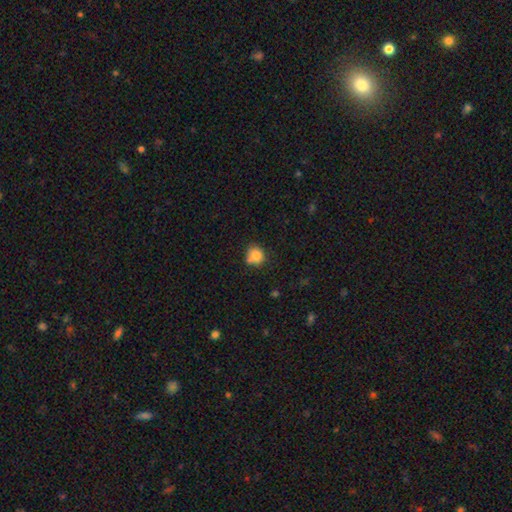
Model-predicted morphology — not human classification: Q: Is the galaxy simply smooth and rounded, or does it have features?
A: smooth — 80%.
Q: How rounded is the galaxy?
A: round — 75%.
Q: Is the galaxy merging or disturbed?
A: none — 55%.